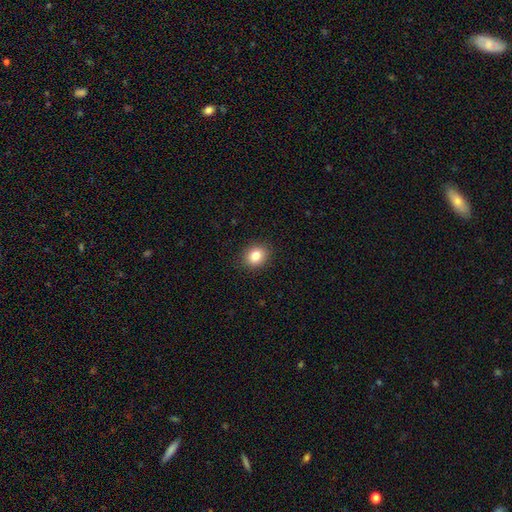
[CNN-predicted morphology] type=smooth (84%); roundness=round (55%); merging=none (90%).